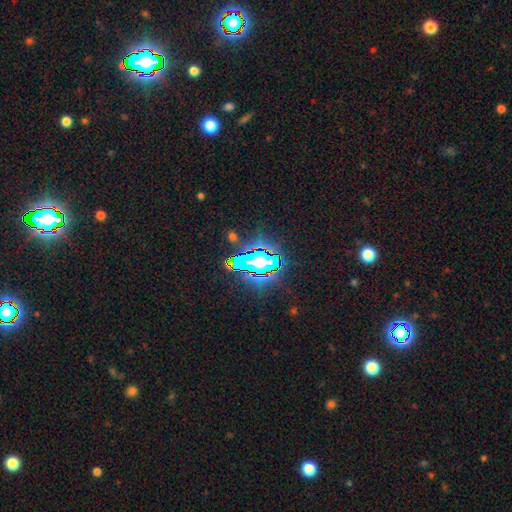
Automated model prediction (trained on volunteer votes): A star or artifact, not a galaxy (80%).

Vote fractions:
- Smooth or featured? star or artifact: 80% / smooth: 12% / featured or disk: 8%